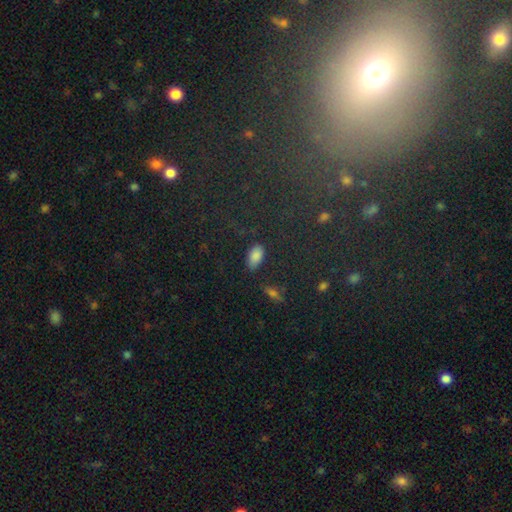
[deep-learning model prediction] Smooth or featured: smooth — 83% (star or artifact — 11%)
How rounded: in between — 93% (round — 4%)
Merging: none — 78% (minor disturbance — 16%)